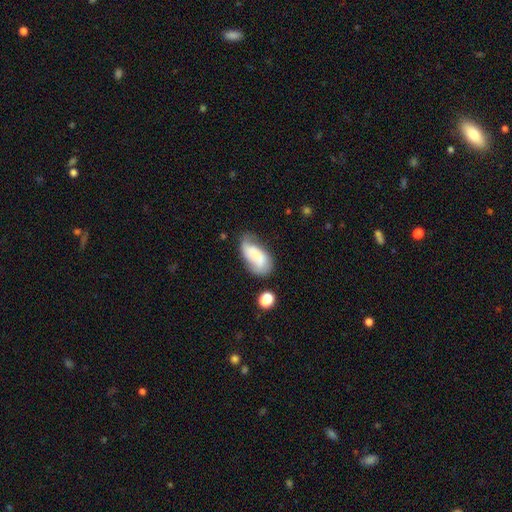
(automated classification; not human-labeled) Smooth or featured? Predicted: smooth (p=0.56). How rounded? Predicted: in between (p=0.91). Merging? Predicted: none (p=0.42).